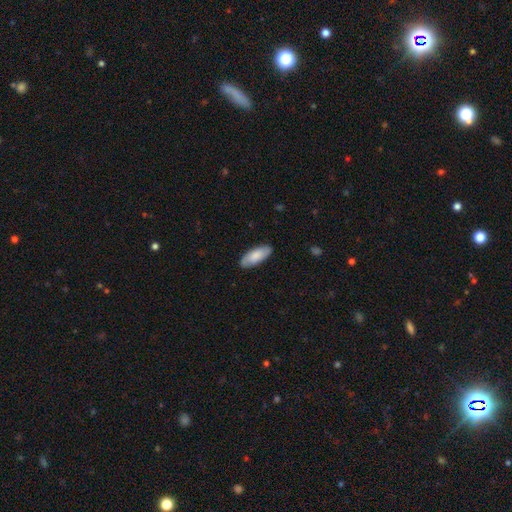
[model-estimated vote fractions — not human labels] This appears to be a smooth galaxy with no disk features (76%) that is in between round and cigar-shaped (80%). Merging: none (85%).